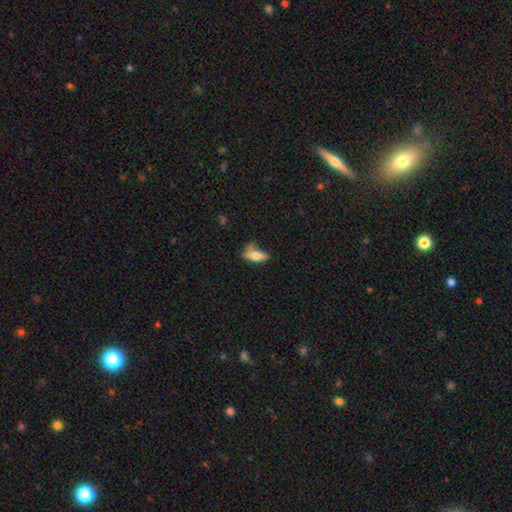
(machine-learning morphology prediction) smooth 67%, featured or disk 25%, star or artifact 8%. Down the decision tree: how rounded — in between (75%); merging — none (38%).